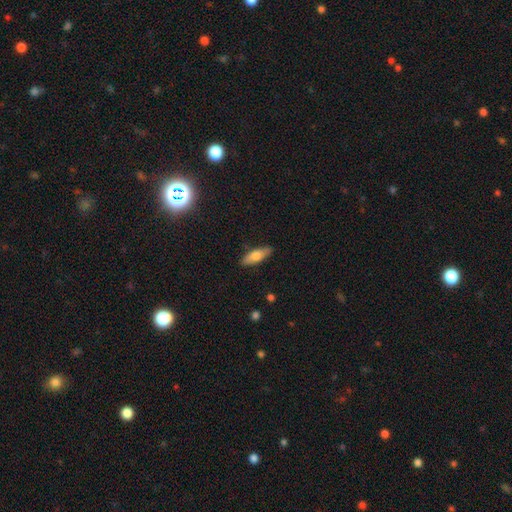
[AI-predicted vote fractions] This appears to be a smooth galaxy with no disk features (71%) that is in between round and cigar-shaped (61%). Merging: none (87%).